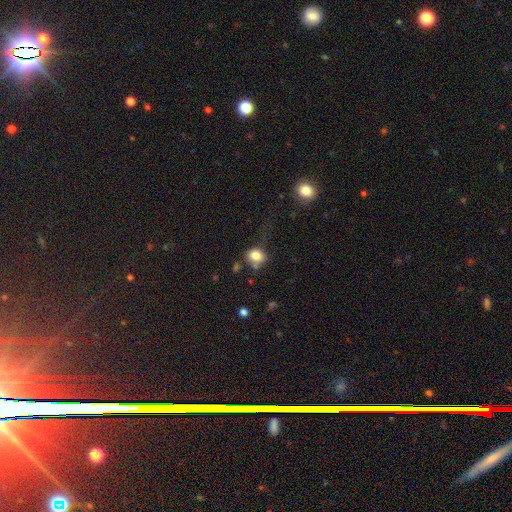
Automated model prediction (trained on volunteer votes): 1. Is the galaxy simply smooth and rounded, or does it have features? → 80% smooth, 11% star or artifact, 9% featured or disk.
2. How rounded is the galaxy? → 60% round, 39% in between, 1% cigar-shaped.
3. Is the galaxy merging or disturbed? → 53% none, 25% minor disturbance, 14% major disturbance, 7% merger.